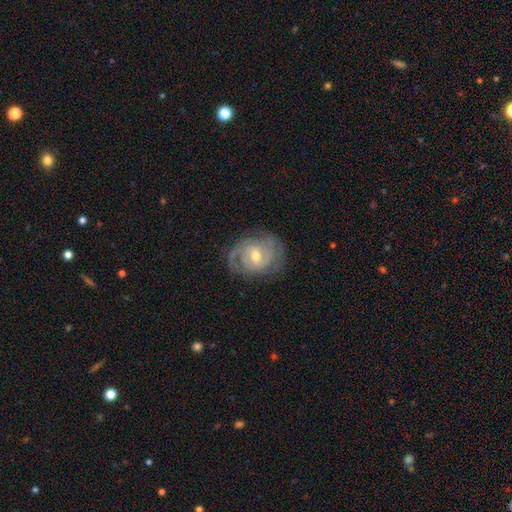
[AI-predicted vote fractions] Smooth or featured?
  - featured or disk: 85% *
  - smooth: 9%
  - star or artifact: 6%
Edge-on disk?
  - no: 97% *
  - yes: 3%
Bar?
  - no: 45% *
  - weak: 43%
  - strong: 12%
Spiral arms?
  - yes: 94% *
  - no: 6%
Spiral winding?
  - tight: 63% *
  - medium: 29%
  - loose: 8%
Spiral arm count?
  - 2: 35% *
  - can't tell: 28%
  - 3: 22%
  - 4: 6%
  - 1: 5%
  - more than 4: 4%
Bulge size?
  - moderate: 66% *
  - small: 29%
  - large: 3%
  - none: 1%
  - dominant: 1%
Merging?
  - none: 73% *
  - minor disturbance: 18%
  - major disturbance: 8%
  - merger: 1%